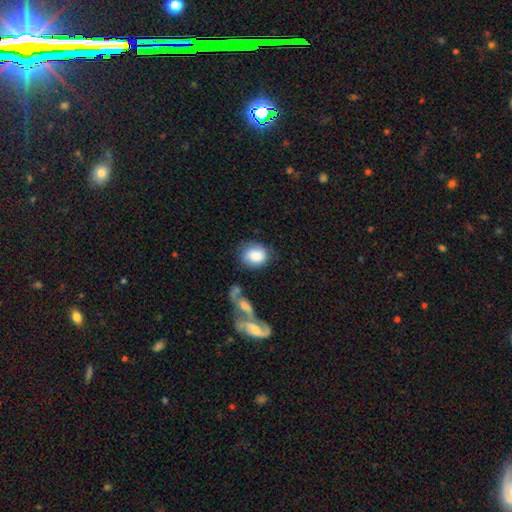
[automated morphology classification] Smooth or featured? smooth (82%)
How rounded? round (50%)
Merging? none (58%)